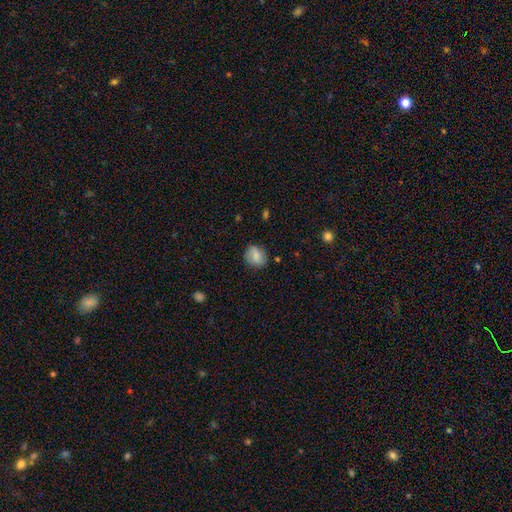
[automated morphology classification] This appears to be a smooth galaxy with no disk features (76%) that is round (69%). Merging: none (77%).